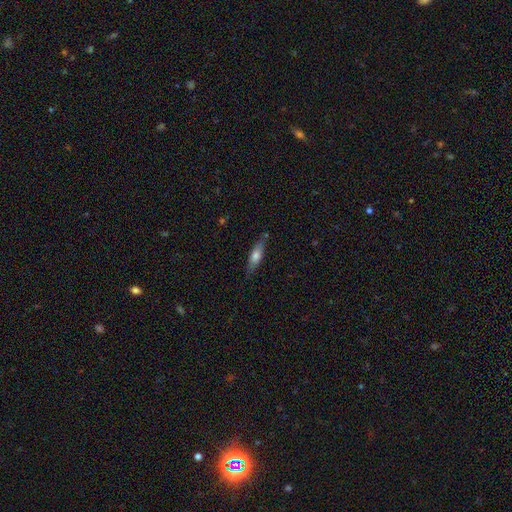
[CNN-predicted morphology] The model was most divided on "how rounded": cigar-shaped: 57%, in between: 41%, round: 2%. More confident: merging — none (79%); smooth or featured — smooth (63%).